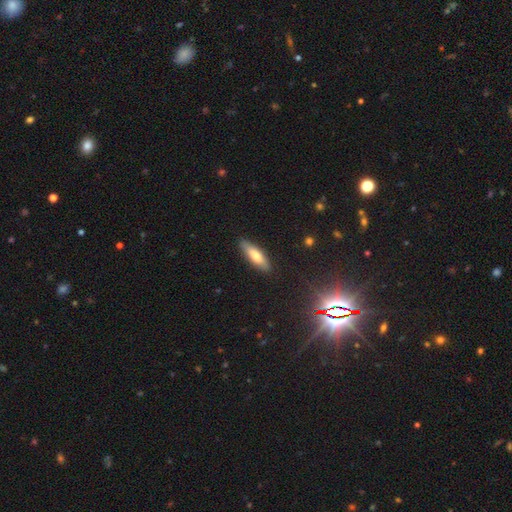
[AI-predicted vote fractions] Smooth or featured? smooth (70%)
How rounded? cigar-shaped (56%)
Merging? none (87%)